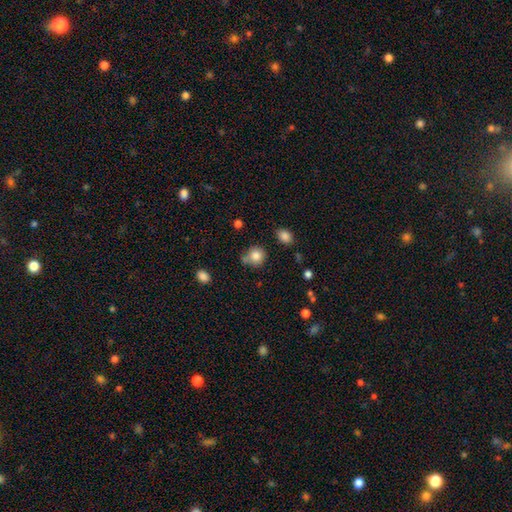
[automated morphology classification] smooth 83%, star or artifact 11%, featured or disk 7%. Down the decision tree: how rounded — round (85%); merging — none (64%).